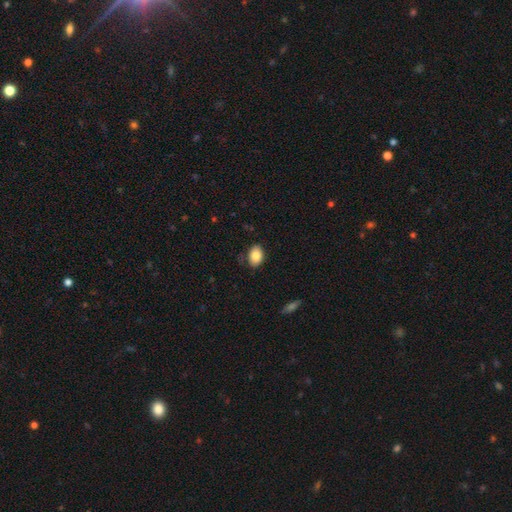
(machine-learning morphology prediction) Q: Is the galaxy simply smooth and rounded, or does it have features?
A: smooth — 85%.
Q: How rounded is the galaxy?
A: in between — 83%.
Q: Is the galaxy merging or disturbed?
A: none — 80%.